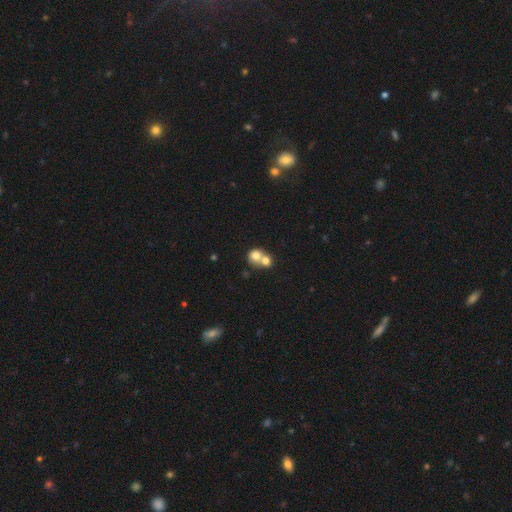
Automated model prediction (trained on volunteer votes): smooth-or-featured: smooth: 74% | featured or disk: 17% | star or artifact: 10%
  how-rounded: round: 77% | in between: 22% | cigar-shaped: 1%
  merging: merger: 66% | none: 26% | minor disturbance: 5% | major disturbance: 3%